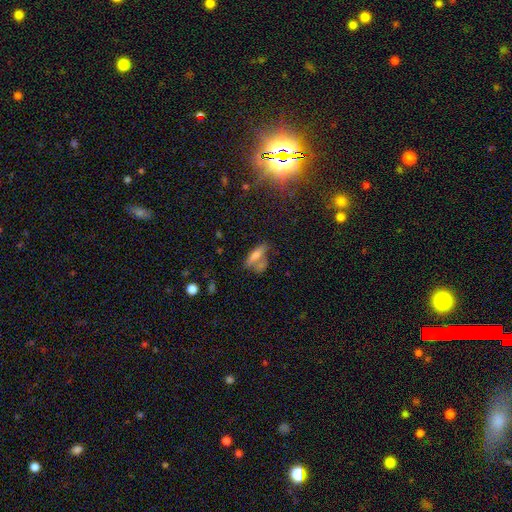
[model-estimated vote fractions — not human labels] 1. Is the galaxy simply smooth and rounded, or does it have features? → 64% smooth, 23% featured or disk, 13% star or artifact.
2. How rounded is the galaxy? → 59% in between, 36% cigar-shaped, 5% round.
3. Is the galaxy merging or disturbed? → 37% none, 30% merger, 19% minor disturbance, 15% major disturbance.